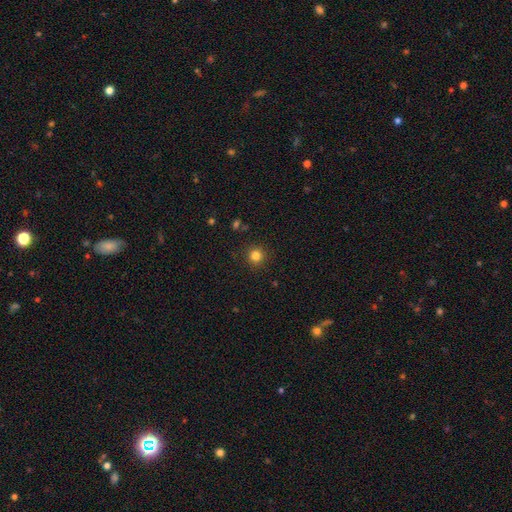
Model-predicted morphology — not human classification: smooth 82%, star or artifact 13%, featured or disk 5%. Down the decision tree: how rounded — round (94%); merging — none (91%).